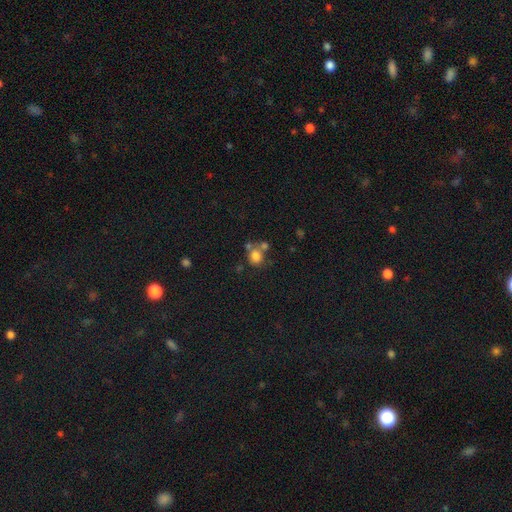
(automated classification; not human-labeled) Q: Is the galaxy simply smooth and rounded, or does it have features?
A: smooth — 76%.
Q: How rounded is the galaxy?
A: round — 75%.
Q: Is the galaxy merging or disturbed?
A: none — 49%.